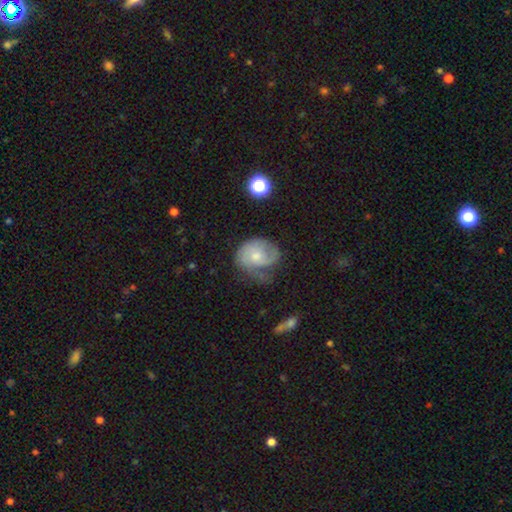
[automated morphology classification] type=featured or disk (66%); edge-on=no (97%); bar=no (71%); spiral arms=yes (88%); winding=tight (41%); arm count=2 (44%); bulge=small (50%); merging=none (43%).